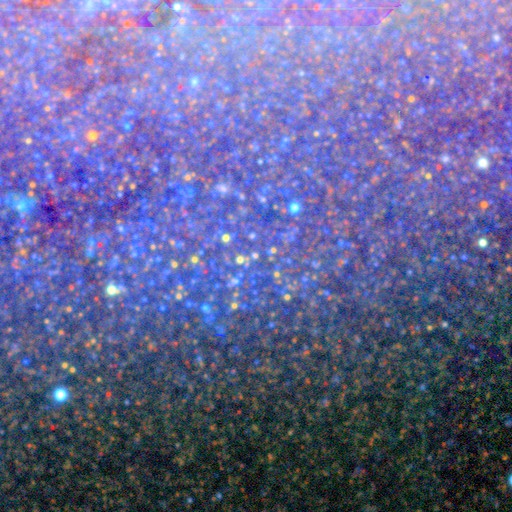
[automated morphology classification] This appears to be a star or artifact, not a galaxy (79%).